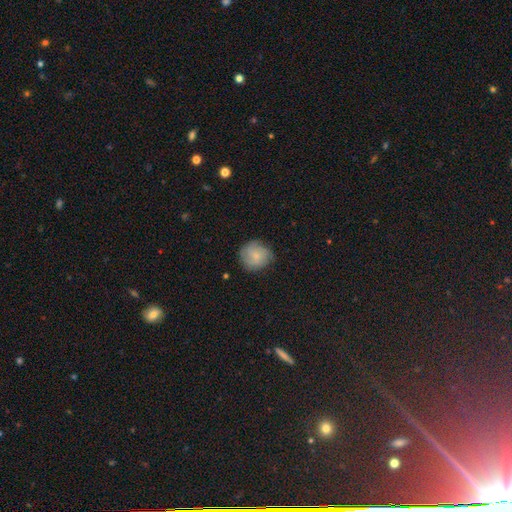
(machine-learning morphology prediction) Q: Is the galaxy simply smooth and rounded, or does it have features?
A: smooth — 59%.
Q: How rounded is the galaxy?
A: round — 89%.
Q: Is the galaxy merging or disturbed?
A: none — 77%.